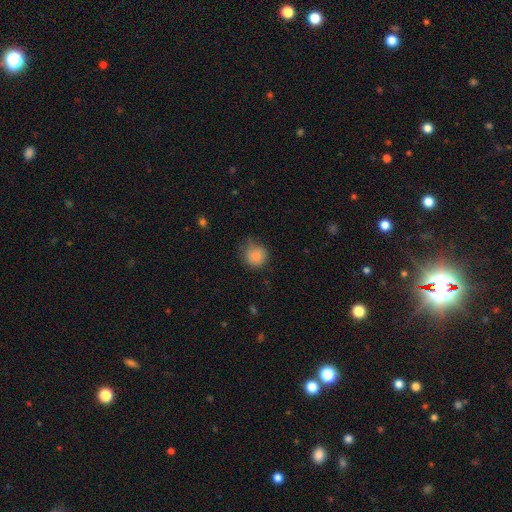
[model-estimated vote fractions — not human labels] Smooth or featured? smooth (83%)
How rounded? round (89%)
Merging? none (62%)